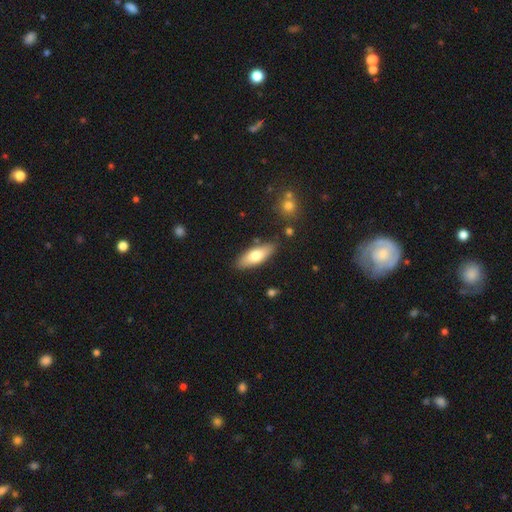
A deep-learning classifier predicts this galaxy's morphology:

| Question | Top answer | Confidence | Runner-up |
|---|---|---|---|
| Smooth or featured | smooth | 68% | featured or disk (26%) |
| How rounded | in between | 66% | cigar-shaped (32%) |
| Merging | none | 84% | minor disturbance (11%) |